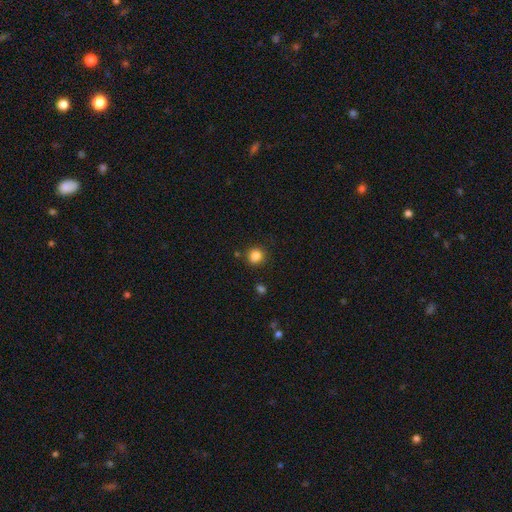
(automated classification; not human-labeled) Smooth or featured? Predicted: smooth (p=0.85). How rounded? Predicted: round (p=0.85). Merging? Predicted: none (p=0.85).